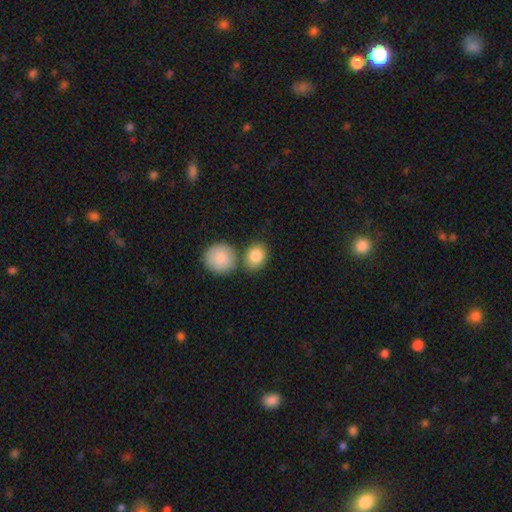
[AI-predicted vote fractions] smooth-or-featured: smooth: 85% | featured or disk: 7% | star or artifact: 7%
  how-rounded: round: 56% | in between: 43% | cigar-shaped: 1%
  merging: none: 59% | merger: 25% | minor disturbance: 12% | major disturbance: 4%